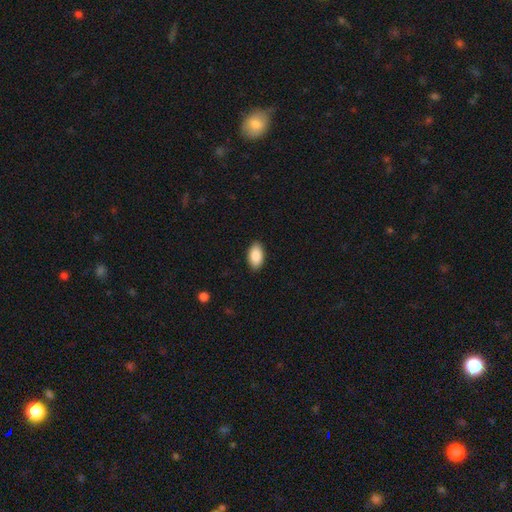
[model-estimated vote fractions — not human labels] smooth-or-featured: smooth: 89% | star or artifact: 6% | featured or disk: 5%
  how-rounded: in between: 95% | round: 3% | cigar-shaped: 2%
  merging: none: 89% | minor disturbance: 8% | major disturbance: 2% | merger: 1%